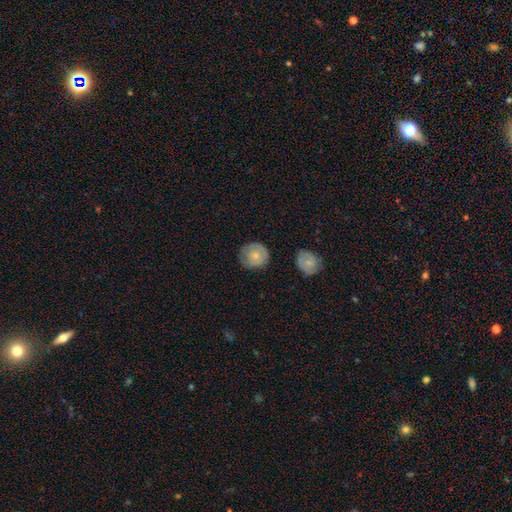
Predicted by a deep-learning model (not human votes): This is likely a smooth galaxy (67%). How rounded: clearly round (89%). Merging: likely none (75%).